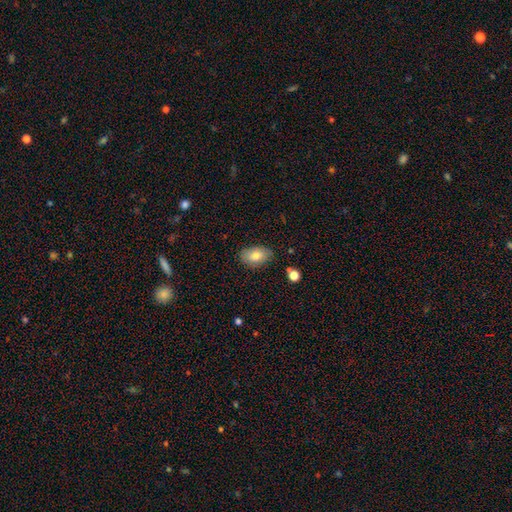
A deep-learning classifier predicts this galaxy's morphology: Smooth or featured? smooth (79%)
How rounded? in between (89%)
Merging? none (80%)